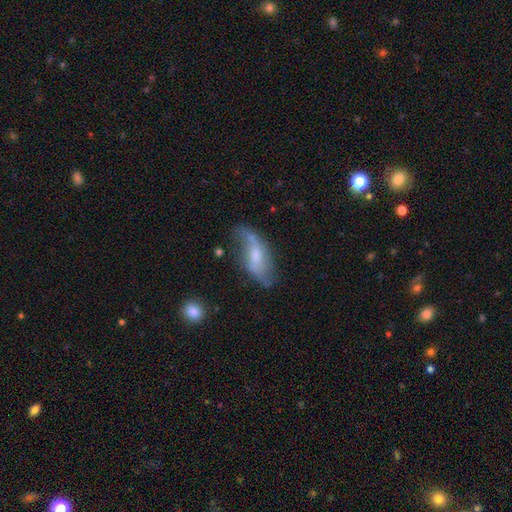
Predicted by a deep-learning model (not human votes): Overall: featured or disk (70%). Edge-on disk: no (89%). Bar: weak (48%; no 35%). Spiral arms: yes (88%). Spiral arm count: 2 (82%). Spiral winding: loose (81%). Bulge size: moderate (41%, tied with small). Merging: none (53%; minor disturbance 27%).